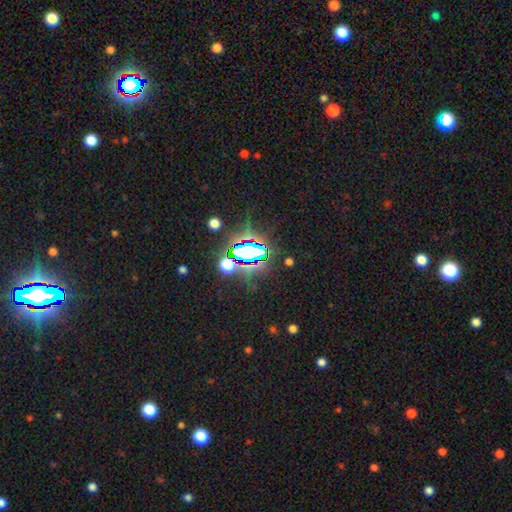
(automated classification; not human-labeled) star or artifact 75%, smooth 15%, featured or disk 10%.